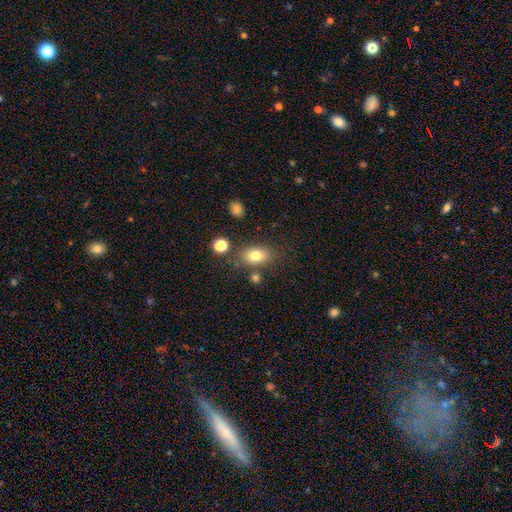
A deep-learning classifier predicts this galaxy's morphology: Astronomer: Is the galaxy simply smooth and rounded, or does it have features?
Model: smooth — 79%.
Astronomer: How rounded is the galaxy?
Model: in between — 81%.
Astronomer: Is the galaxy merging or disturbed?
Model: none — 74%.